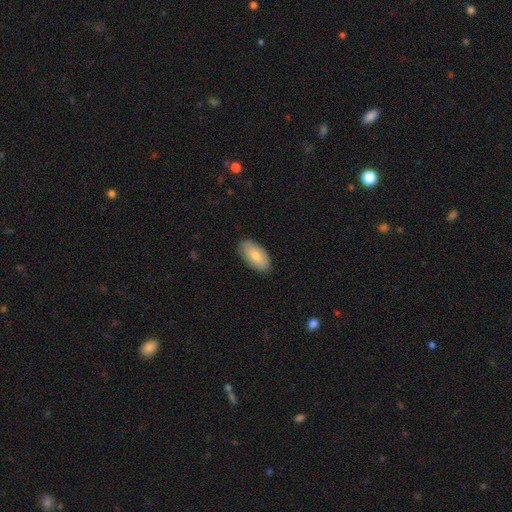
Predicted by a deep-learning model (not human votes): The model was most divided on "smooth or featured": smooth: 78%, featured or disk: 16%, star or artifact: 6%. More confident: how rounded — in between (94%); merging — none (87%).